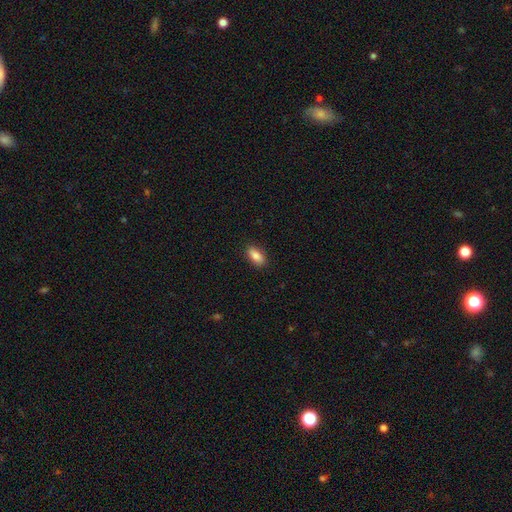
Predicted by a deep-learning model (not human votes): smooth 85%, featured or disk 8%, star or artifact 7%. Down the decision tree: how rounded — in between (86%); merging — none (88%).